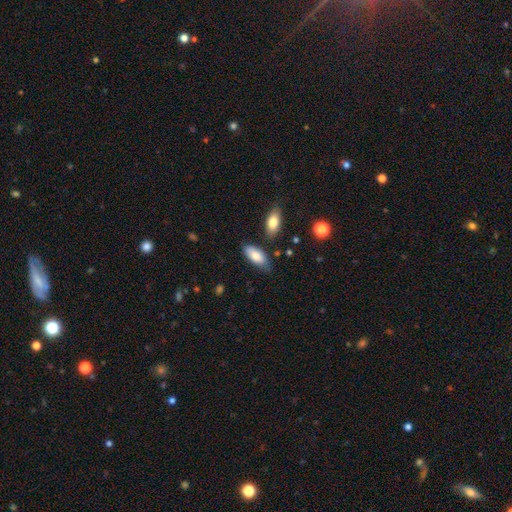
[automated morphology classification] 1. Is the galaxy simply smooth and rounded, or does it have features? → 81% smooth, 12% featured or disk, 6% star or artifact.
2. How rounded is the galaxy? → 87% in between, 11% cigar-shaped, 2% round.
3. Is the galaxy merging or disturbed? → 70% none, 21% minor disturbance, 5% merger, 4% major disturbance.